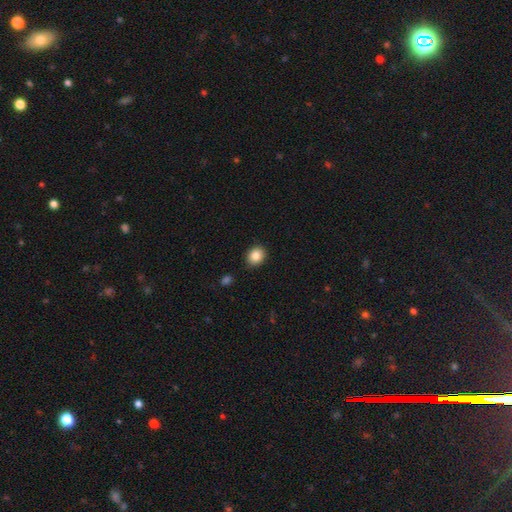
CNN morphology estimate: Q: Smooth or featured?
A: smooth (85%); runner-up: star or artifact (9%)
Q: How rounded?
A: round (59%); runner-up: in between (40%)
Q: Merging?
A: none (88%); runner-up: minor disturbance (8%)